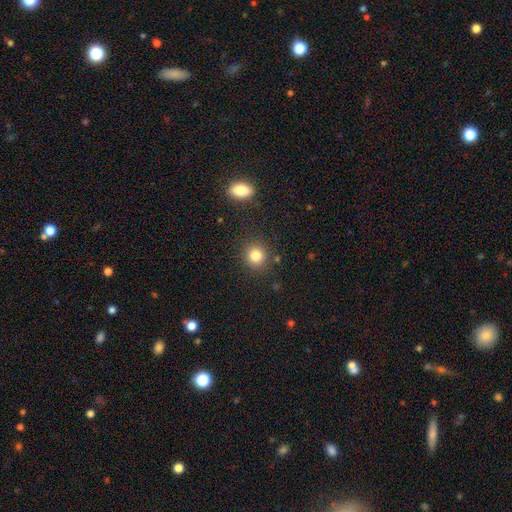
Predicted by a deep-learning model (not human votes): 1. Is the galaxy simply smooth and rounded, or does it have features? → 82% smooth, 12% star or artifact, 6% featured or disk.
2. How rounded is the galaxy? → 87% round, 12% in between, 1% cigar-shaped.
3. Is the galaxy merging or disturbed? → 86% none, 7% minor disturbance, 3% merger, 3% major disturbance.